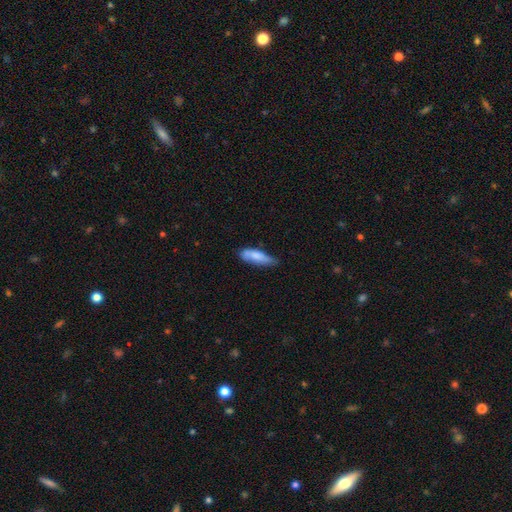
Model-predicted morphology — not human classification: This appears to be a smooth galaxy with no disk features (74%) that is in between round and cigar-shaped (51%). Merging: none (52%).